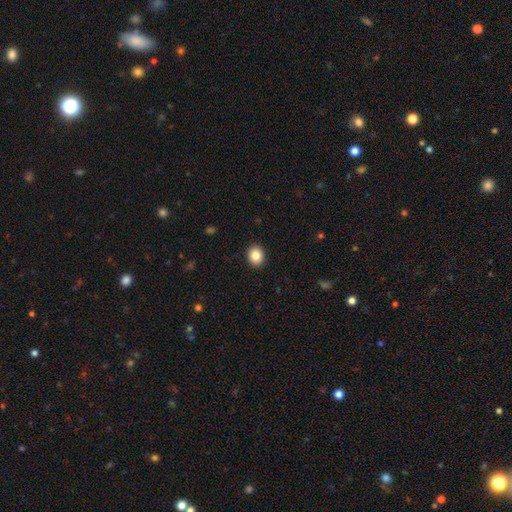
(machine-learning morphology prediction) The model was most divided on "how rounded": round: 60%, in between: 39%, cigar-shaped: 1%. More confident: merging — none (91%); smooth or featured — smooth (86%).